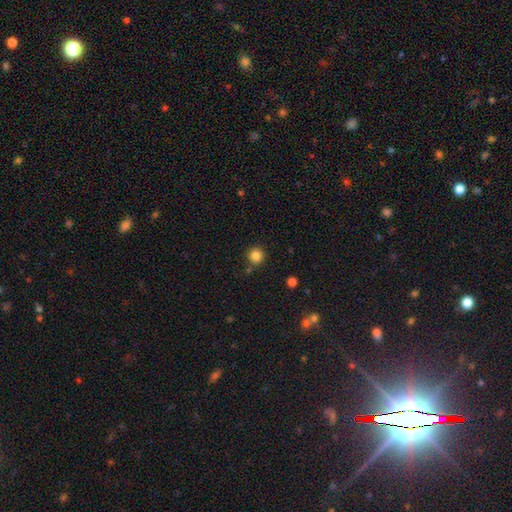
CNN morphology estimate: Smooth or featured? Predicted: smooth (p=0.84). How rounded? Predicted: round (p=0.95). Merging? Predicted: none (p=0.86).